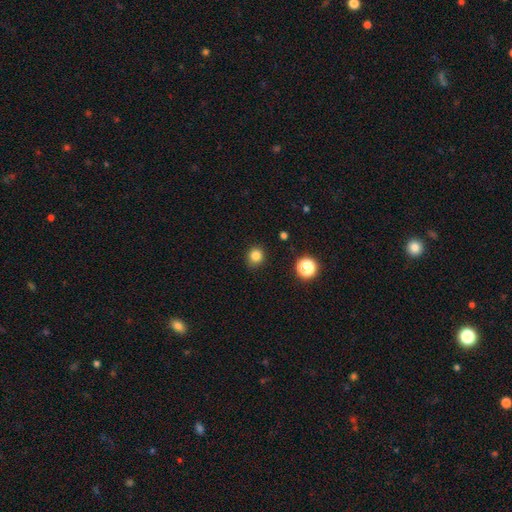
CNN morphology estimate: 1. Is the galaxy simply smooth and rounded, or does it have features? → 83% smooth, 13% star or artifact, 4% featured or disk.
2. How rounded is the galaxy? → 87% round, 12% in between, 1% cigar-shaped.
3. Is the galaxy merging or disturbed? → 89% none, 8% minor disturbance, 2% major disturbance, 1% merger.